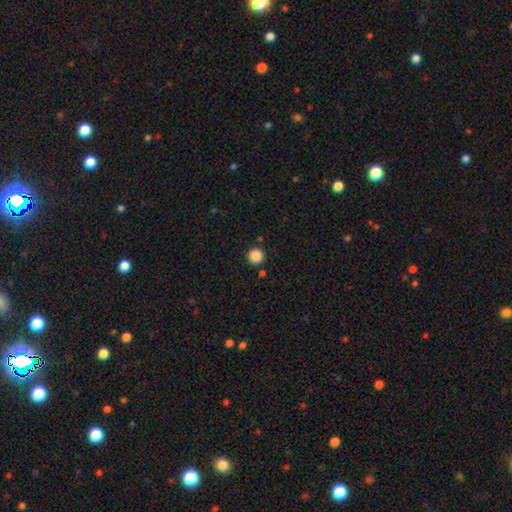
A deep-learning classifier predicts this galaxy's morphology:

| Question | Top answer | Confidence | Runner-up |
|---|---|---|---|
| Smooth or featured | smooth | 86% | star or artifact (11%) |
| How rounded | round | 95% | in between (4%) |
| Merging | none | 89% | minor disturbance (6%) |